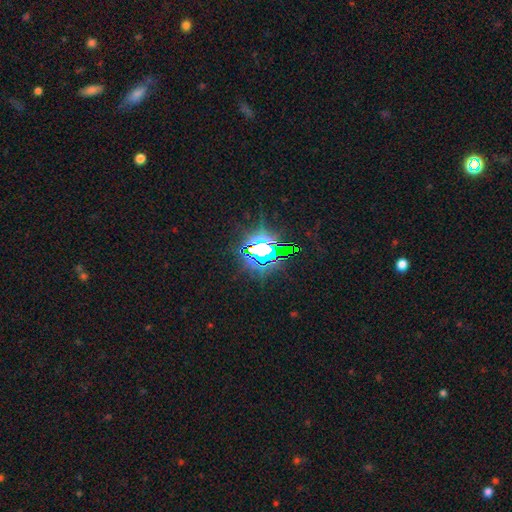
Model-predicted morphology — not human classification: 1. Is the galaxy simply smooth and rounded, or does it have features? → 78% star or artifact, 11% smooth, 10% featured or disk.